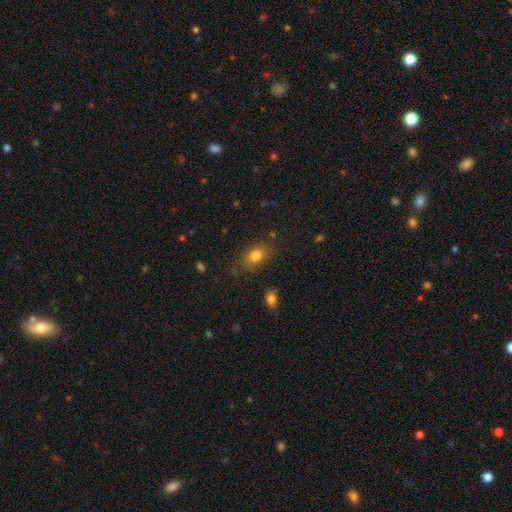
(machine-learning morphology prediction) smooth-or-featured: smooth: 80% | star or artifact: 11% | featured or disk: 8%
  how-rounded: in between: 66% | round: 32% | cigar-shaped: 2%
  merging: none: 76% | minor disturbance: 16% | major disturbance: 5% | merger: 3%